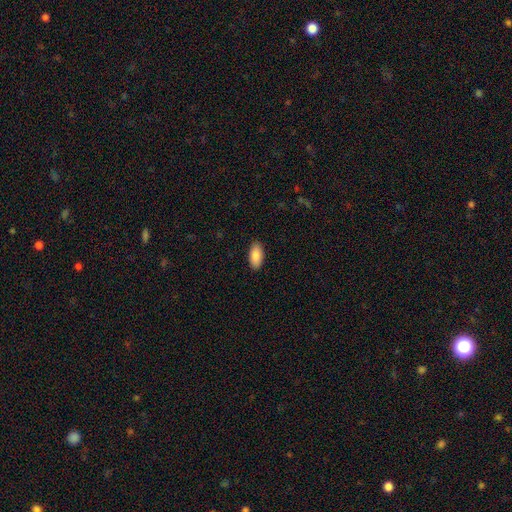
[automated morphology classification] Overall: smooth (88%). How rounded: in between (92%). Merging: none (90%).